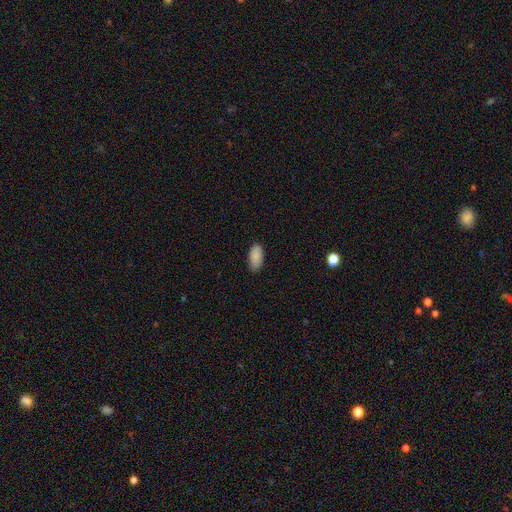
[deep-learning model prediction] smooth 89%, star or artifact 7%, featured or disk 4%. Down the decision tree: how rounded — in between (93%); merging — none (85%).